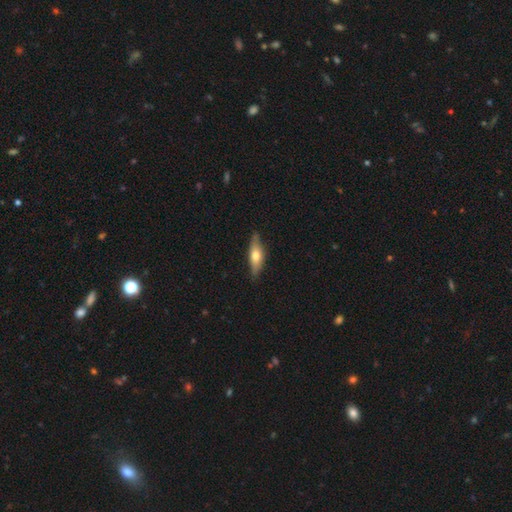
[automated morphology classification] This appears to be a smooth galaxy with no disk features (54%) that is in between round and cigar-shaped (50%). Merging: none (78%).